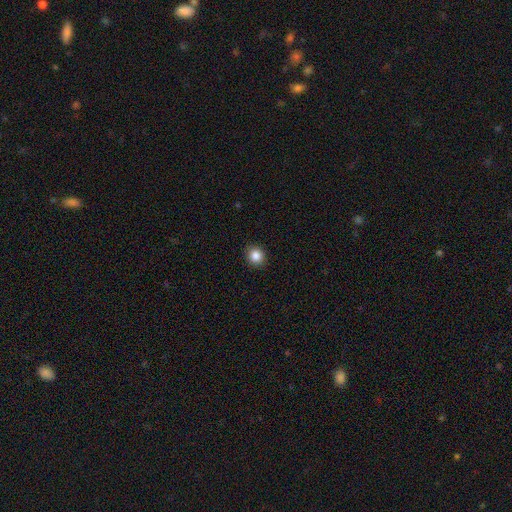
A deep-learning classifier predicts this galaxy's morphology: This appears to be a smooth galaxy with no disk features (86%) that is round (84%). Merging: none (92%).